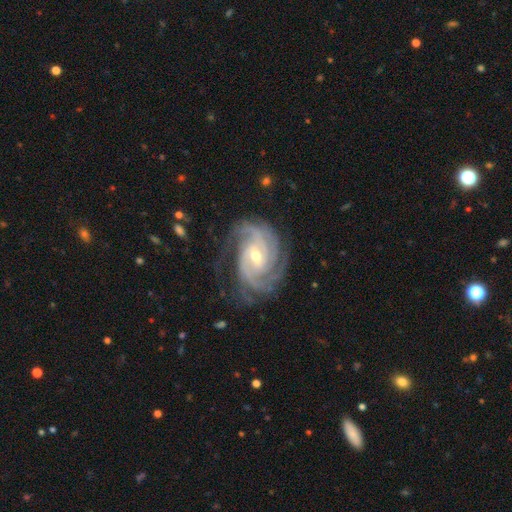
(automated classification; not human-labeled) This is clearly a featured or disk galaxy (93%). It is clearly not viewed edge-on (98%). Bar: marginally weak (45%). Spiral arm pattern: clearly yes (99%). Spiral arm count: marginally 3 (35%). Spiral winding: likely tight (65%). Central bulge: possibly moderate (49%). Merging: likely none (74%).